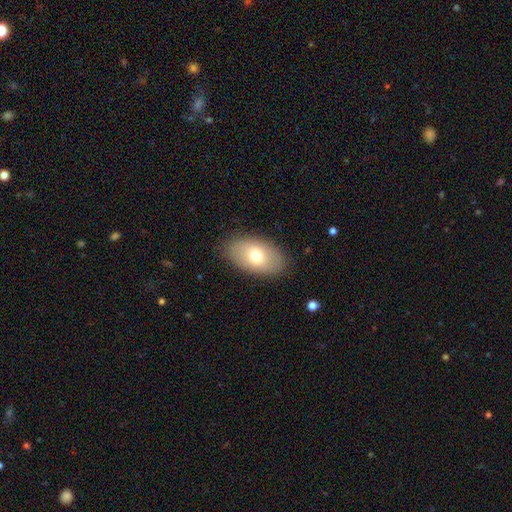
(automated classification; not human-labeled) Smooth or featured?
  - smooth: 70% *
  - featured or disk: 22%
  - star or artifact: 7%
How rounded?
  - in between: 92% *
  - round: 7%
  - cigar-shaped: 1%
Merging?
  - none: 85% *
  - minor disturbance: 11%
  - major disturbance: 3%
  - merger: 1%